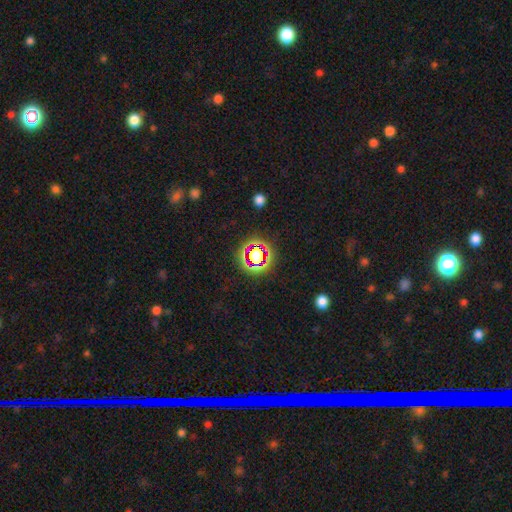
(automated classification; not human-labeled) Morphology: type=star or artifact (59%).